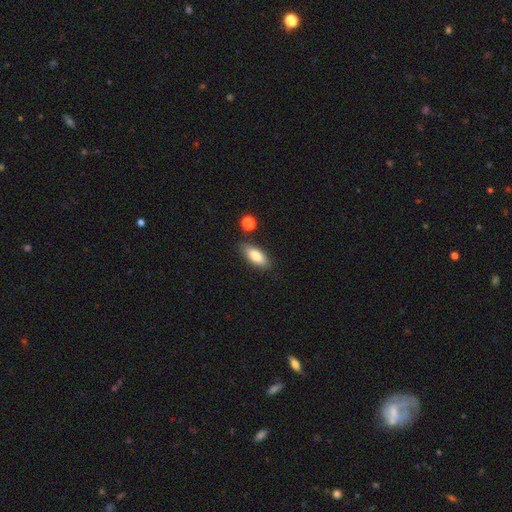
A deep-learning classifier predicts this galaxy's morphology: This is clearly a smooth galaxy (80%). How rounded: clearly in between (81%). Merging: clearly none (81%).